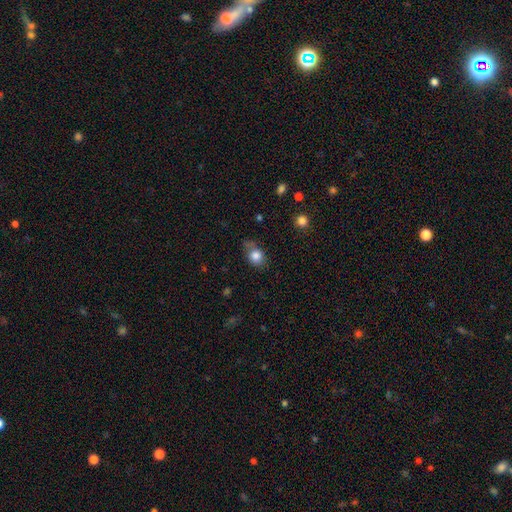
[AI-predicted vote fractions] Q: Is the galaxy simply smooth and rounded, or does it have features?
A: smooth — 83%.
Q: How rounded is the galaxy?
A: round — 62%.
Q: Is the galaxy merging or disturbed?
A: none — 60%.